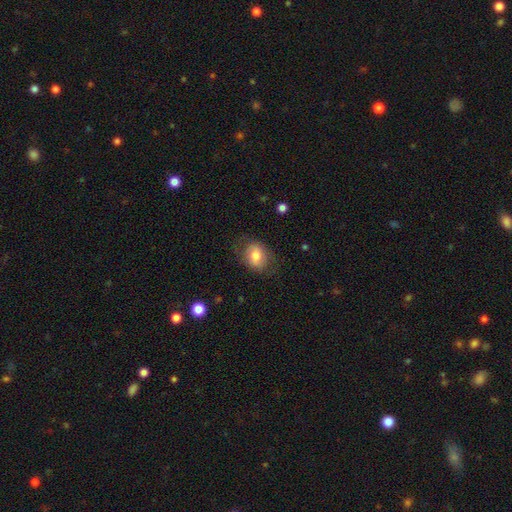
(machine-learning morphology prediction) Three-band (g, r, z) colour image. It shows a smooth galaxy with no disk features (74%) that is in between round and cigar-shaped (59%). Merging: none (70%).